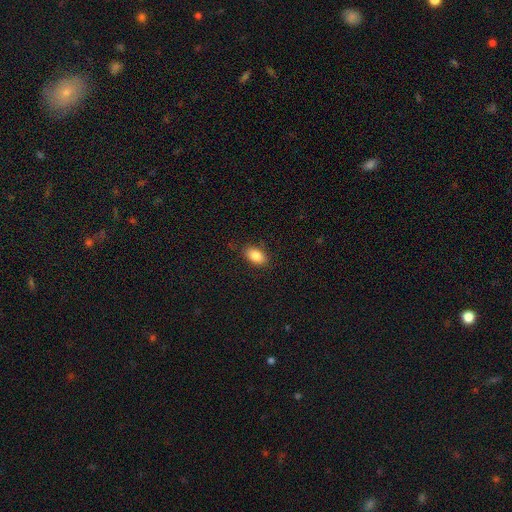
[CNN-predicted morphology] Smooth or featured: smooth — 85% (star or artifact — 8%)
How rounded: in between — 90% (round — 8%)
Merging: none — 86% (minor disturbance — 11%)